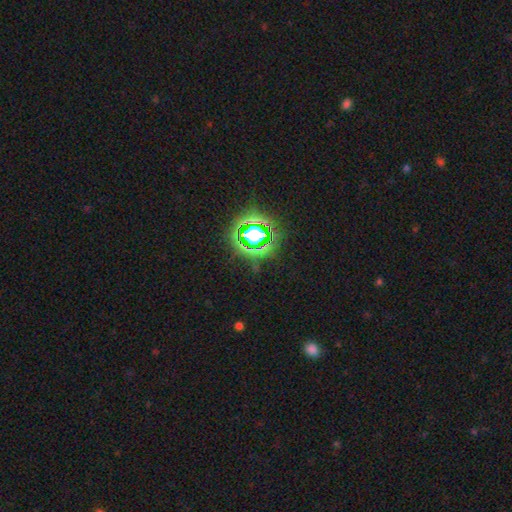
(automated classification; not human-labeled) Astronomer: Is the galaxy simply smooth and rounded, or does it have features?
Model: star or artifact — 76%.